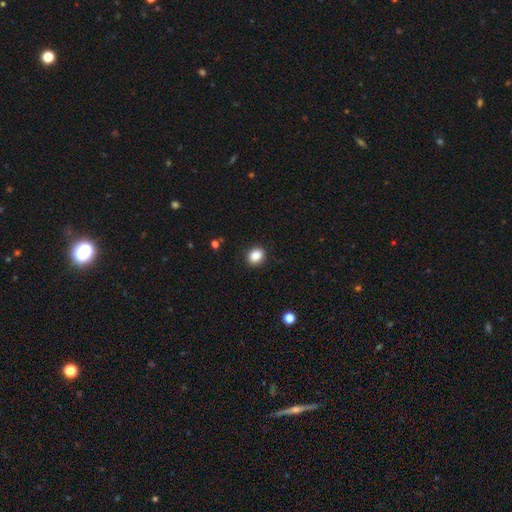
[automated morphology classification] A smooth galaxy with no disk features (87%) that is round (63%). Merging: none (89%).